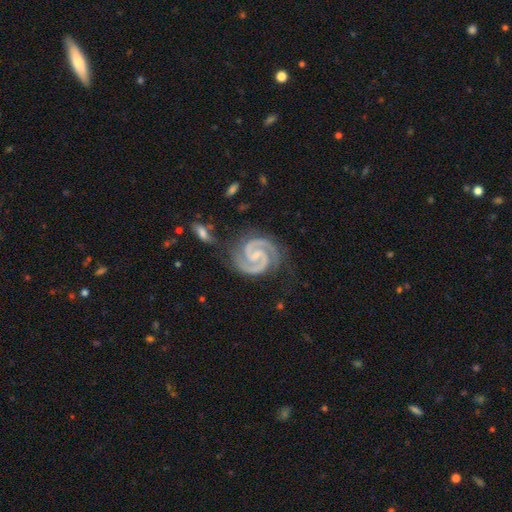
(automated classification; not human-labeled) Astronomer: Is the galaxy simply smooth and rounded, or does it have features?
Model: featured or disk — 94%.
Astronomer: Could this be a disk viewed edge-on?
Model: no — 98%.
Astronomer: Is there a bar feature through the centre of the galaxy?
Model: no — 40%, tied with weak at 40%.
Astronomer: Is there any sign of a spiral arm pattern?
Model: yes — 99%.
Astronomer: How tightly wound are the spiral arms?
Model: tight — 54% (runner-up: medium, 42%).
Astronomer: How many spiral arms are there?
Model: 2 — 94%.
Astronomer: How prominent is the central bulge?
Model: small — 61%.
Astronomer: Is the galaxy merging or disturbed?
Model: none — 75%.